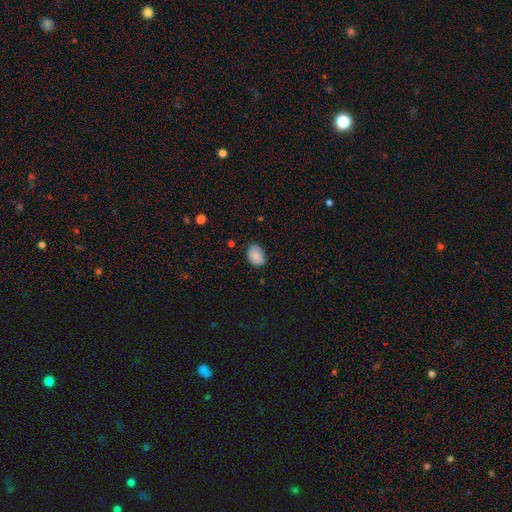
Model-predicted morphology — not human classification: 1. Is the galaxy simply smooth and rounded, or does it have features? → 87% smooth, 8% star or artifact, 5% featured or disk.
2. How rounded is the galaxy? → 79% in between, 20% round, 1% cigar-shaped.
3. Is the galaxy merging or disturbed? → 73% none, 22% minor disturbance, 3% major disturbance, 1% merger.